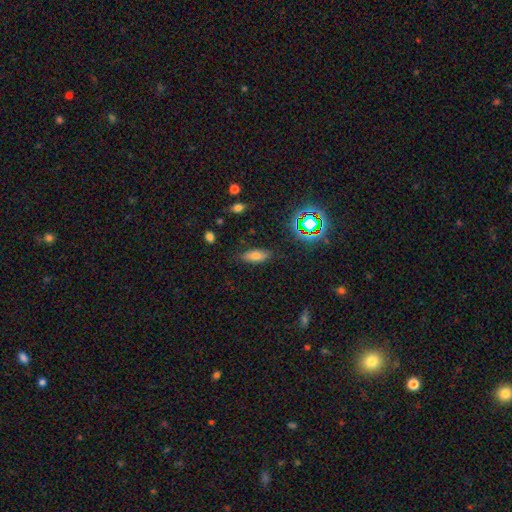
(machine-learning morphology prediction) smooth 70%, star or artifact 15%, featured or disk 15%. Down the decision tree: how rounded — in between (80%); merging — none (82%).